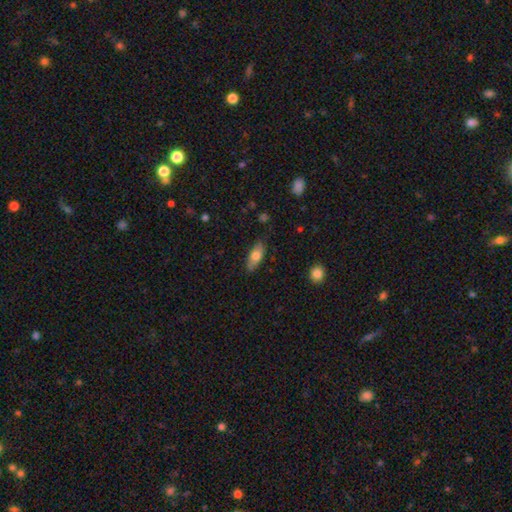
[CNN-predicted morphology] type=smooth (70%); roundness=in between (76%); merging=none (83%).